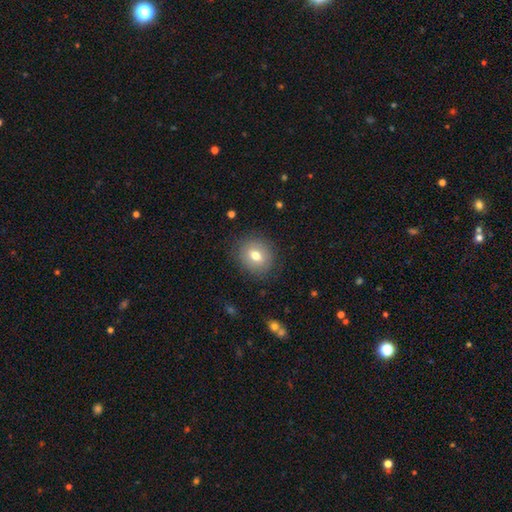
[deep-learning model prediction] smooth_or_featured: smooth (p=0.73) [alt: featured or disk p=0.17]
how_rounded: round (p=0.71) [alt: in between p=0.28]
merging: none (p=0.85) [alt: minor disturbance p=0.10]